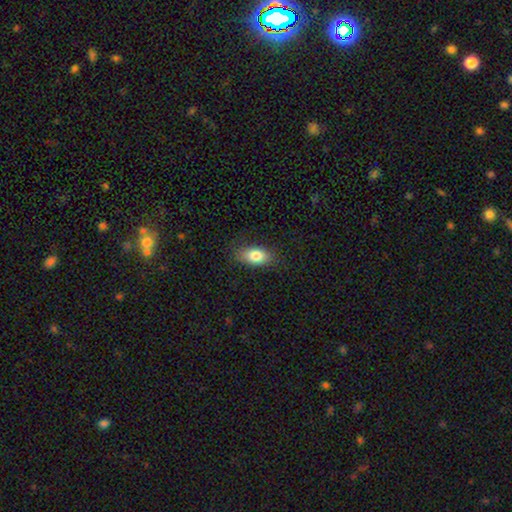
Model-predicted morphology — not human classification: A smooth galaxy with no disk features (82%) that is in between round and cigar-shaped (89%).

Vote fractions:
- Smooth or featured? smooth: 82% / featured or disk: 10% / star or artifact: 8%
- How rounded? in between: 89% / round: 6% / cigar-shaped: 5%
- Merging? none: 84% / minor disturbance: 12% / major disturbance: 3% / merger: 1%